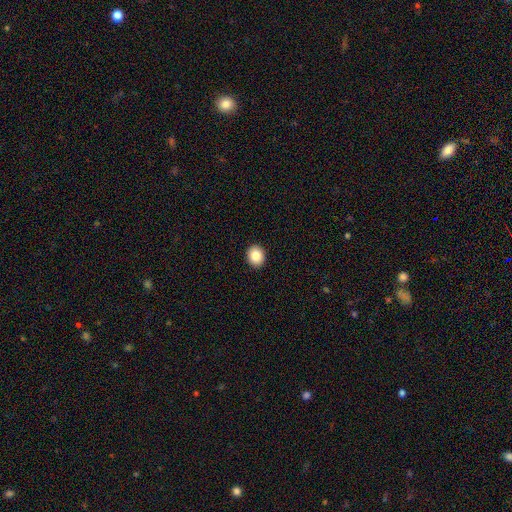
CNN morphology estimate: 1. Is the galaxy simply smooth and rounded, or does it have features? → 86% smooth, 9% star or artifact, 6% featured or disk.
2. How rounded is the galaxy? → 60% round, 39% in between, 1% cigar-shaped.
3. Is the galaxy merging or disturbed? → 92% none, 5% minor disturbance, 2% major disturbance, 1% merger.